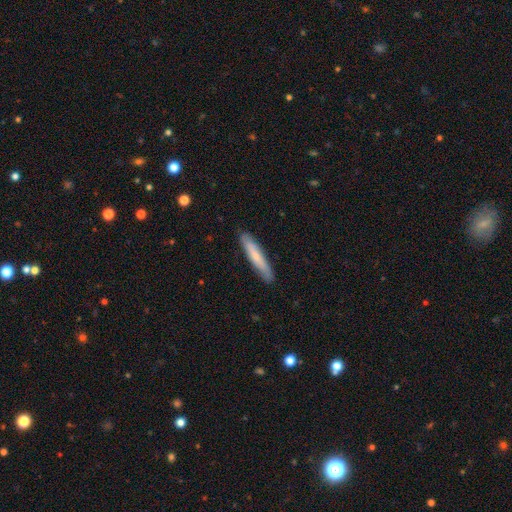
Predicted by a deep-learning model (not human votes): This appears to be a smooth galaxy with no disk features (68%) that is cigar-shaped (92%). Merging: none (88%).